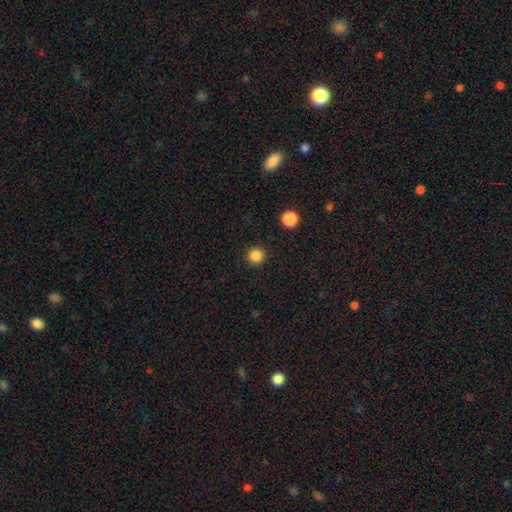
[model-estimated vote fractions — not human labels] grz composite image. It shows a smooth galaxy with no disk features (85%) that is round (96%). Merging: none (92%).